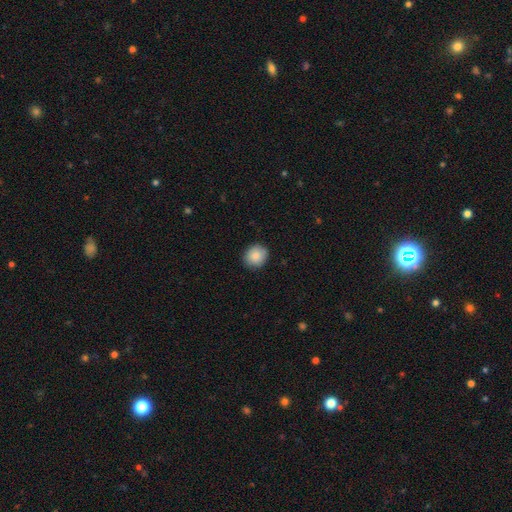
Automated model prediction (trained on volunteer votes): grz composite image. It shows a smooth galaxy with no disk features (88%) that is round (79%). Merging: none (87%).